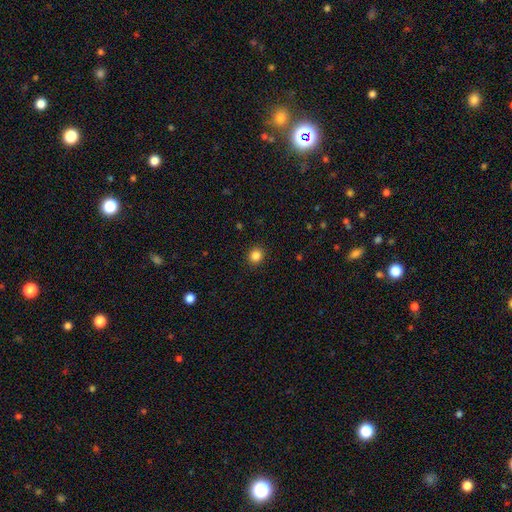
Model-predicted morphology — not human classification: Q: Smooth or featured?
A: smooth (85%); runner-up: star or artifact (11%)
Q: How rounded?
A: round (82%); runner-up: in between (17%)
Q: Merging?
A: none (91%); runner-up: minor disturbance (6%)